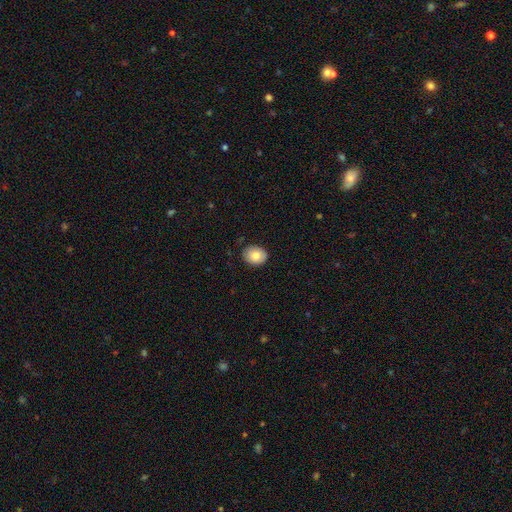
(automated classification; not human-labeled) Q: Smooth or featured?
A: smooth (83%); runner-up: featured or disk (10%)
Q: How rounded?
A: in between (58%); runner-up: round (42%)
Q: Merging?
A: none (86%); runner-up: minor disturbance (11%)